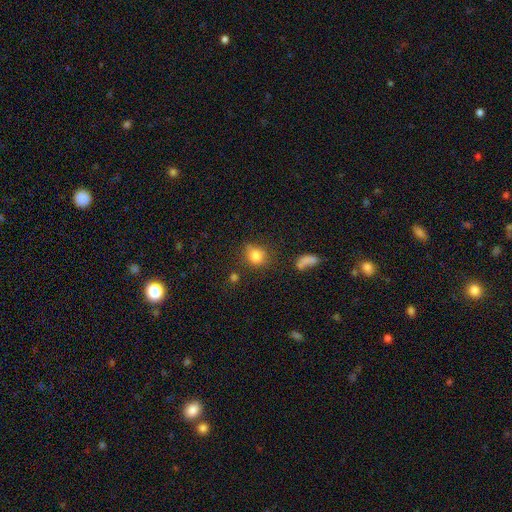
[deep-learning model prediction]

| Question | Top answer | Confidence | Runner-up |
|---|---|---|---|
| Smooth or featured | smooth | 79% | star or artifact (12%) |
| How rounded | round | 60% | in between (38%) |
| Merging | none | 64% | minor disturbance (21%) |